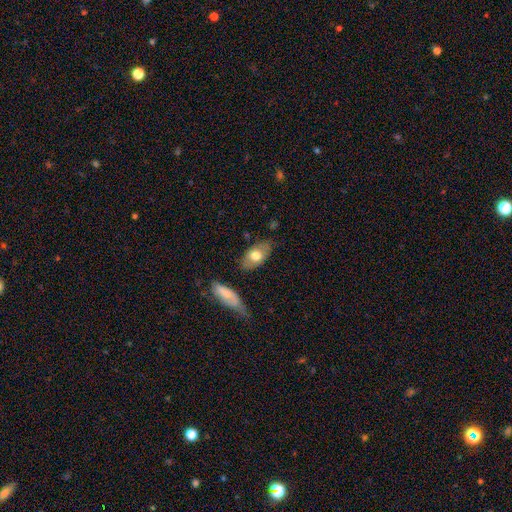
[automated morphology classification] Smooth or featured?
  - smooth: 67% *
  - featured or disk: 27%
  - star or artifact: 6%
How rounded?
  - in between: 91% *
  - round: 5%
  - cigar-shaped: 4%
Merging?
  - none: 75% *
  - minor disturbance: 16%
  - merger: 5%
  - major disturbance: 4%